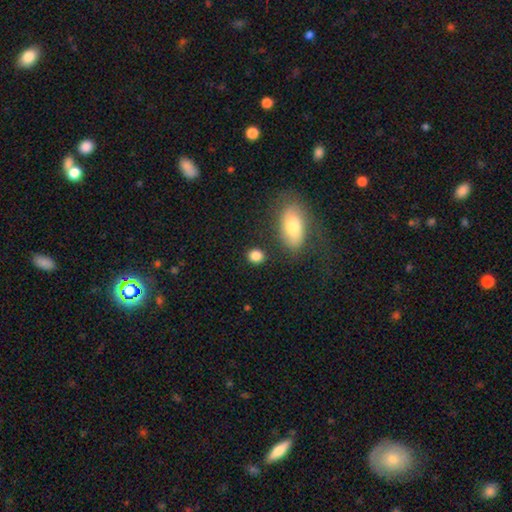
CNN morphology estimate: Smooth or featured: smooth — 86% (star or artifact — 9%)
How rounded: round — 65% (in between — 33%)
Merging: none — 81% (minor disturbance — 10%)